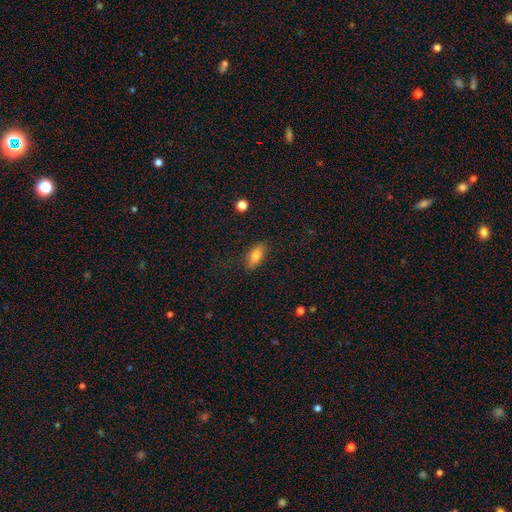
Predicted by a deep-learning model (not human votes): smooth 80%, featured or disk 12%, star or artifact 8%. Down the decision tree: how rounded — in between (81%); merging — none (85%).